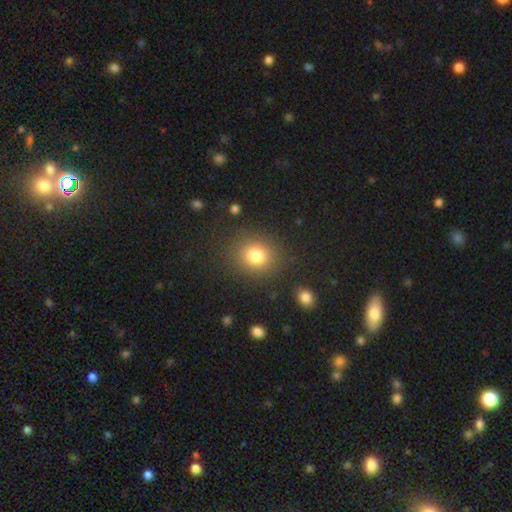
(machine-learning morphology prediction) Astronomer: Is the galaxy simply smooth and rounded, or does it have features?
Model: smooth — 79%.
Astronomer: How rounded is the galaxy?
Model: round — 80%.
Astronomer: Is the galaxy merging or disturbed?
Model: none — 86%.